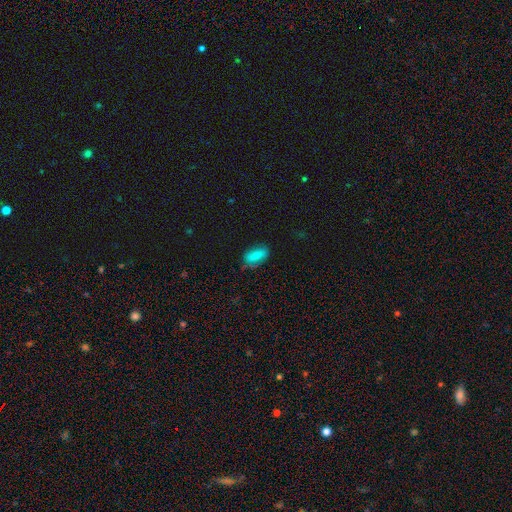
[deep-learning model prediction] Morphology: type=smooth (79%); roundness=in between (85%); merging=none (63%).